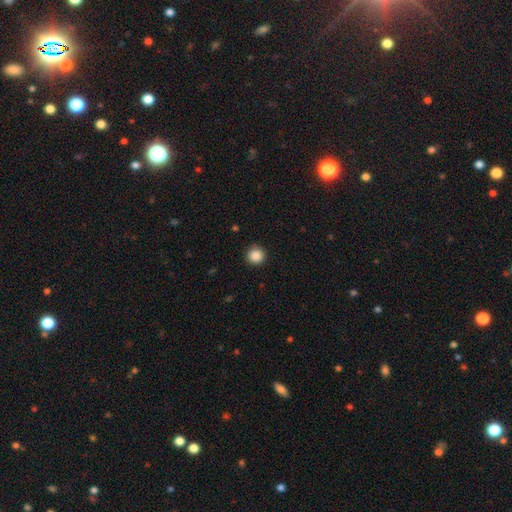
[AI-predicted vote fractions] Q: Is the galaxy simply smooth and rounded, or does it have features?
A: smooth — 88%.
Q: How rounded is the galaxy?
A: round — 94%.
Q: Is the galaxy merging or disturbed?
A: none — 90%.